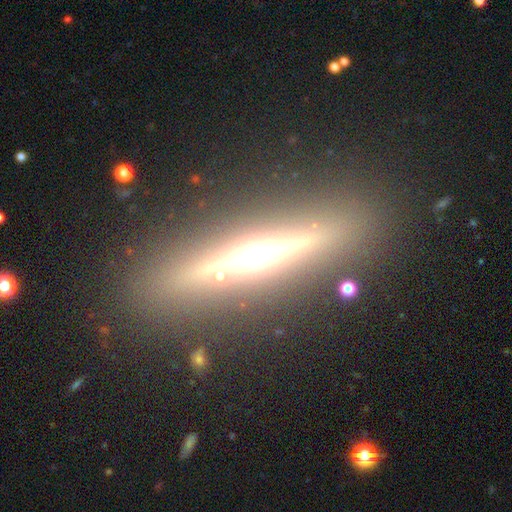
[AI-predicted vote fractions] Overall: featured or disk (77%). Edge-on disk: yes (95%). Edge-on bulge: rounded (83%). Merging: none (87%).